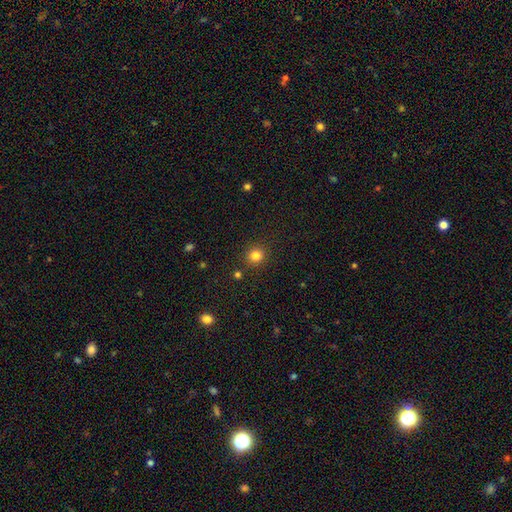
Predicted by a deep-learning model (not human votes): Smooth or featured? smooth (82%)
How rounded? round (89%)
Merging? none (89%)